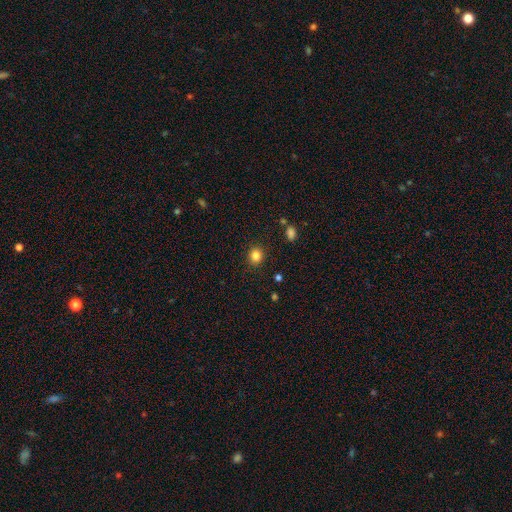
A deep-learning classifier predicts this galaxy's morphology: smooth 84%, star or artifact 11%, featured or disk 5%. Down the decision tree: how rounded — round (80%); merging — none (89%).